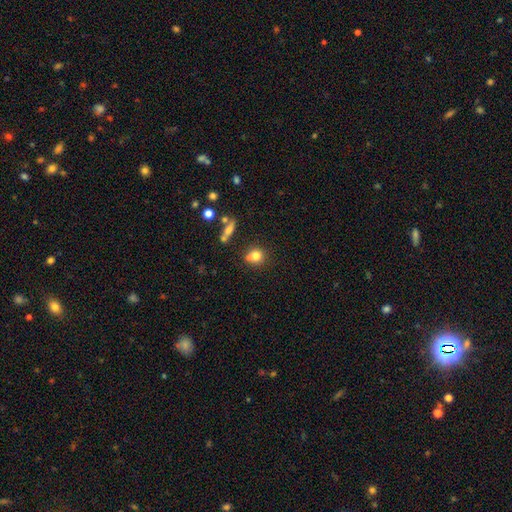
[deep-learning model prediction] A smooth galaxy with no disk features (77%) that is round (82%).

Vote fractions:
- Smooth or featured? smooth: 77% / star or artifact: 11% / featured or disk: 11%
- How rounded? round: 82% / in between: 17% / cigar-shaped: 2%
- Merging? none: 59% / merger: 21% / minor disturbance: 15% / major disturbance: 5%